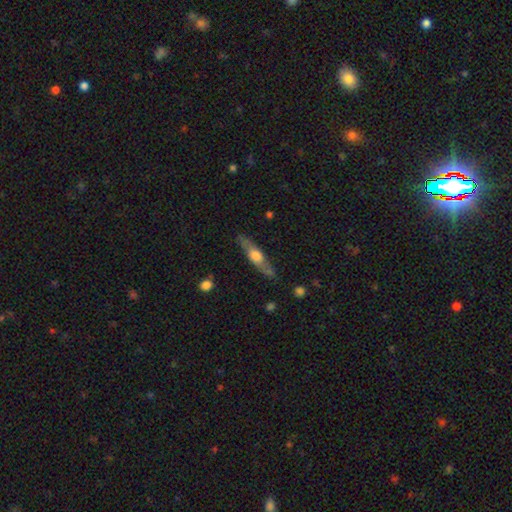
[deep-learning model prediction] A featured or disk galaxy (57%) viewed edge-on (81%).

Vote fractions:
- Smooth or featured? featured or disk: 57% / smooth: 38% / star or artifact: 5%
- Edge-on disk? yes: 81% / no: 19%
- Merging? none: 81% / minor disturbance: 14% / major disturbance: 4% / merger: 2%